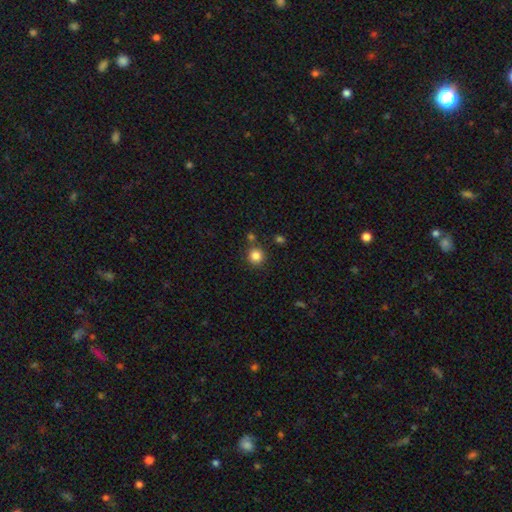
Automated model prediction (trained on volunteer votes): smooth-or-featured: smooth: 84% | star or artifact: 11% | featured or disk: 5%
  how-rounded: round: 92% | in between: 7% | cigar-shaped: 1%
  merging: none: 82% | minor disturbance: 8% | merger: 8% | major disturbance: 3%